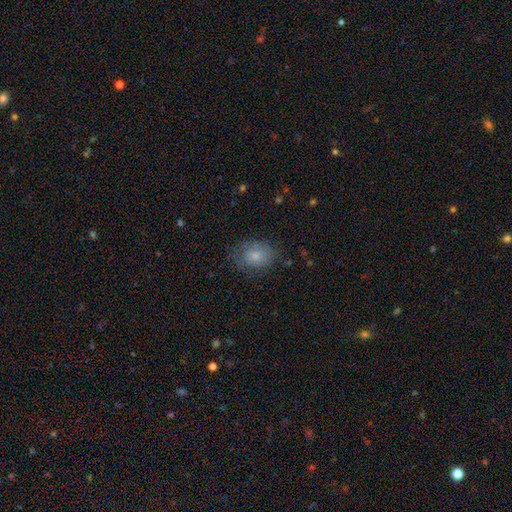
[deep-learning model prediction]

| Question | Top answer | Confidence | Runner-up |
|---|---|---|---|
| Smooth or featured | smooth | 77% | featured or disk (15%) |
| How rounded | in between | 62% | round (37%) |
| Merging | none | 68% | minor disturbance (22%) |